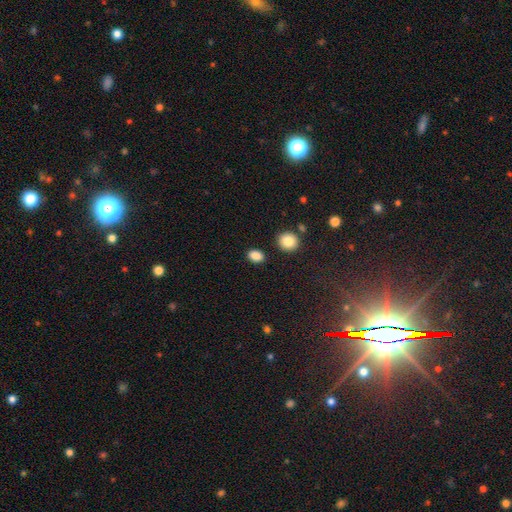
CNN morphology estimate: type=smooth (87%); roundness=in between (66%); merging=none (86%).